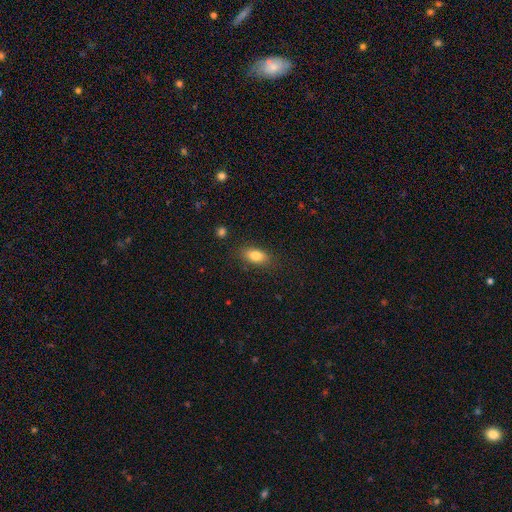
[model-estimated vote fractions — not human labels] smooth-or-featured: smooth: 81% | featured or disk: 10% | star or artifact: 8%
  how-rounded: in between: 86% | cigar-shaped: 8% | round: 7%
  merging: none: 84% | minor disturbance: 12% | major disturbance: 3% | merger: 1%